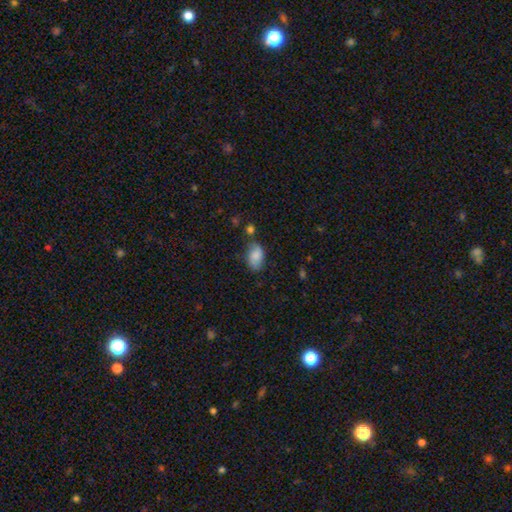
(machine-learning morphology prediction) type=smooth (82%); roundness=in between (90%); merging=none (64%).